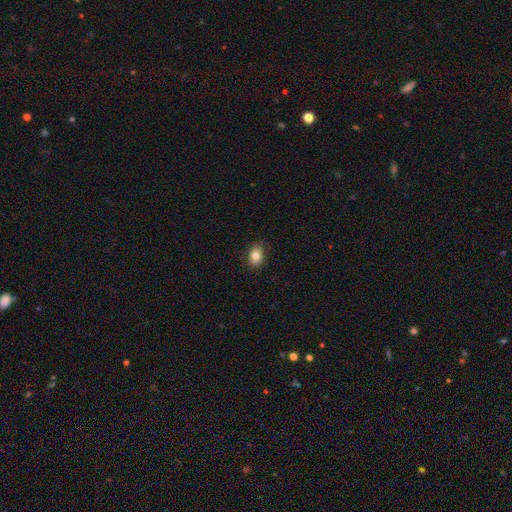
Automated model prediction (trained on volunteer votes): Smooth or featured?
  - smooth: 82% *
  - star or artifact: 9%
  - featured or disk: 9%
How rounded?
  - in between: 74% *
  - round: 25%
  - cigar-shaped: 1%
Merging?
  - none: 86% *
  - minor disturbance: 10%
  - major disturbance: 2%
  - merger: 1%